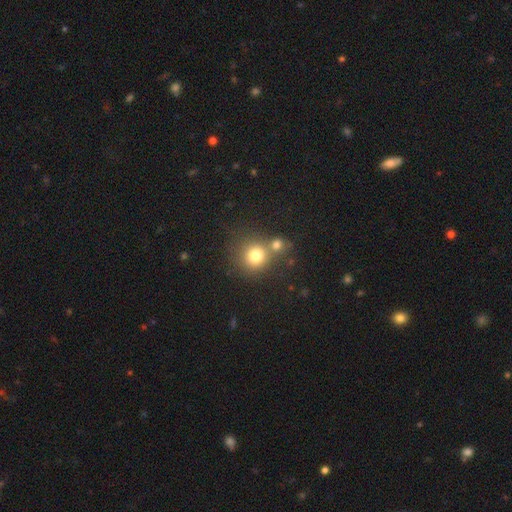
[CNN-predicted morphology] smooth-or-featured: smooth: 77% | star or artifact: 13% | featured or disk: 10%
  how-rounded: round: 89% | in between: 10% | cigar-shaped: 1%
  merging: none: 54% | merger: 34% | minor disturbance: 8% | major disturbance: 4%